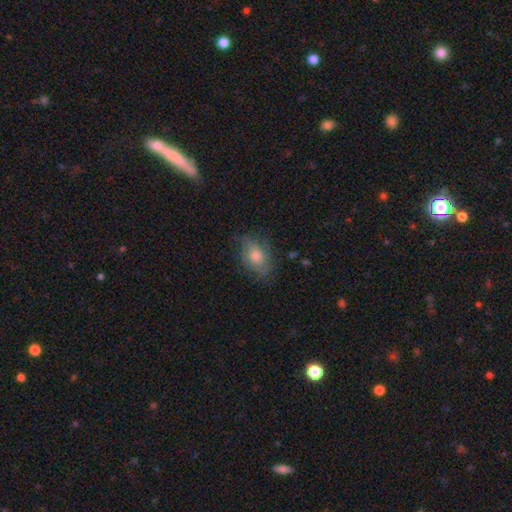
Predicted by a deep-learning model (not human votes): A smooth galaxy with no disk features (56%) that is in between round and cigar-shaped (77%). Merging: none (66%).